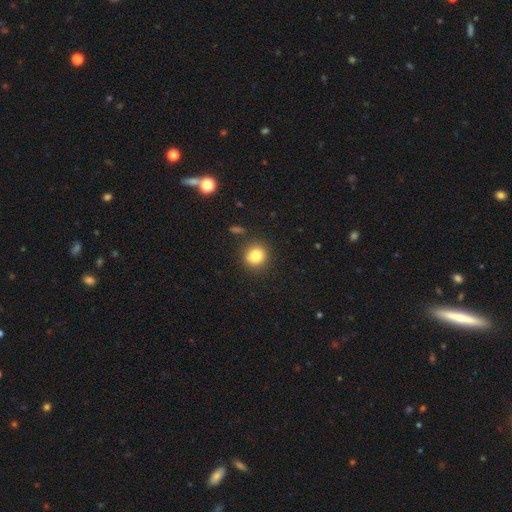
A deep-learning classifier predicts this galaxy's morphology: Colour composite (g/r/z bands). It shows a smooth galaxy with no disk features (81%) that is round (90%). Merging: none (86%).